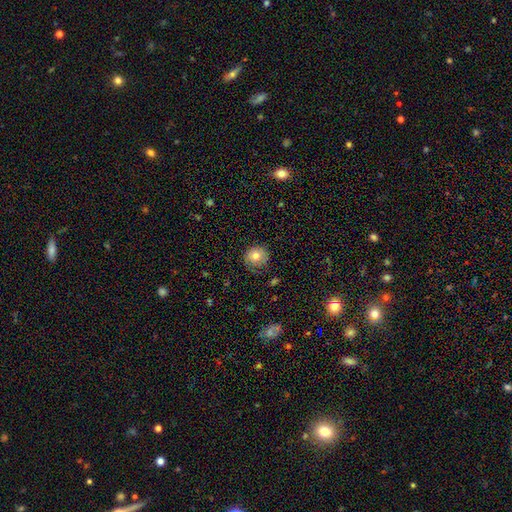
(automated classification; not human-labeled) Smooth or featured: smooth — 75% (featured or disk — 15%)
How rounded: round — 87% (in between — 12%)
Merging: none — 75% (minor disturbance — 18%)